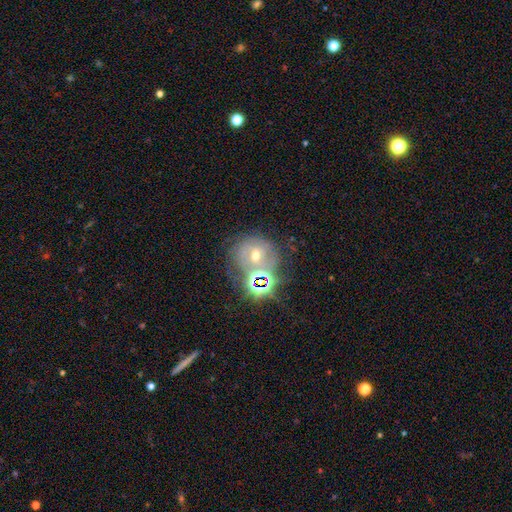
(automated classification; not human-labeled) A star or artifact, not a galaxy (40%).

Vote fractions:
- Smooth or featured? star or artifact: 40% / featured or disk: 35% / smooth: 25%